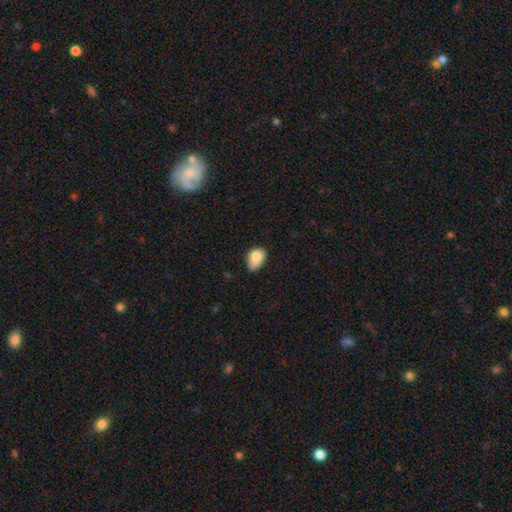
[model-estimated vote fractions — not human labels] A smooth galaxy with no disk features (80%) that is in between round and cigar-shaped (80%).

Vote fractions:
- Smooth or featured? smooth: 80% / featured or disk: 11% / star or artifact: 9%
- How rounded? in between: 80% / round: 19% / cigar-shaped: 1%
- Merging? minor disturbance: 49% / none: 33% / major disturbance: 14% / merger: 4%